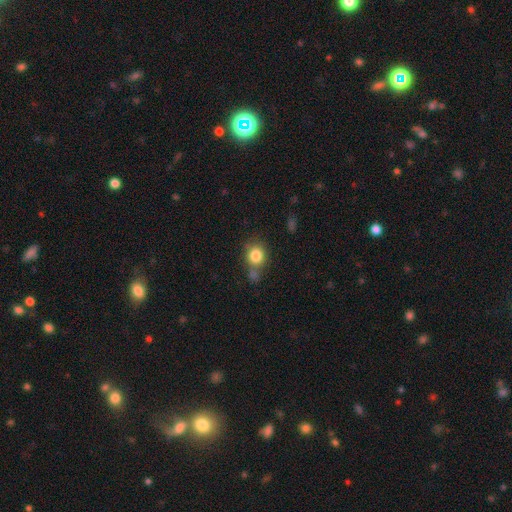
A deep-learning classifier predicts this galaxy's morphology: smooth-or-featured: smooth: 83% | star or artifact: 10% | featured or disk: 7%
  how-rounded: round: 80% | in between: 19% | cigar-shaped: 1%
  merging: none: 60% | merger: 18% | minor disturbance: 16% | major disturbance: 6%